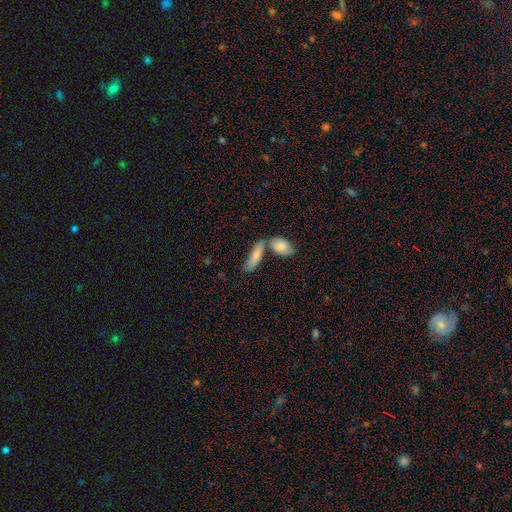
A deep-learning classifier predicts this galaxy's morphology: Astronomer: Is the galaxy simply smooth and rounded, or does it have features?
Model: smooth — 77%.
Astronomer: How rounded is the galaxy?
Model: in between — 55% (runner-up: cigar-shaped, 42%).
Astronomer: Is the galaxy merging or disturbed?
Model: none — 49% (runner-up: merger, 35%).